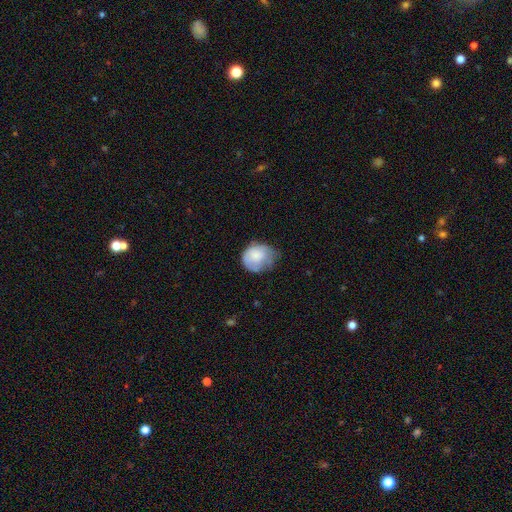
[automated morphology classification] Overall: smooth (71%). How rounded: round (64%; in between 35%). Merging: minor disturbance (42%; none 35%).